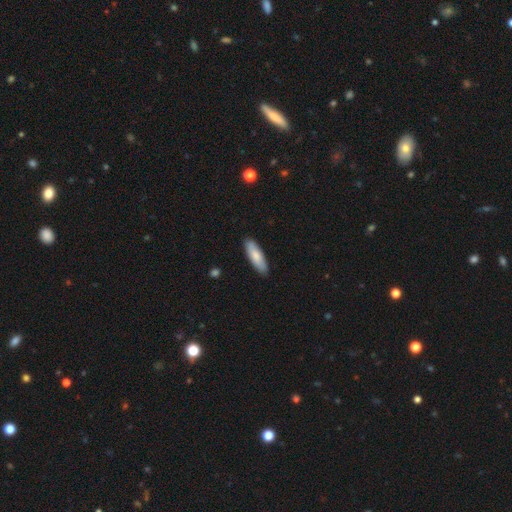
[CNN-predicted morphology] A smooth galaxy with no disk features (80%) that is in between round and cigar-shaped (52%). Merging: none (88%).